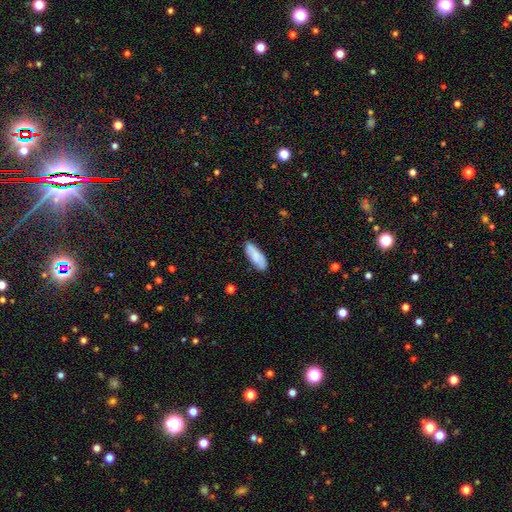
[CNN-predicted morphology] Smooth or featured? Predicted: smooth (p=0.83). How rounded? Predicted: in between (p=0.69). Merging? Predicted: none (p=0.82).